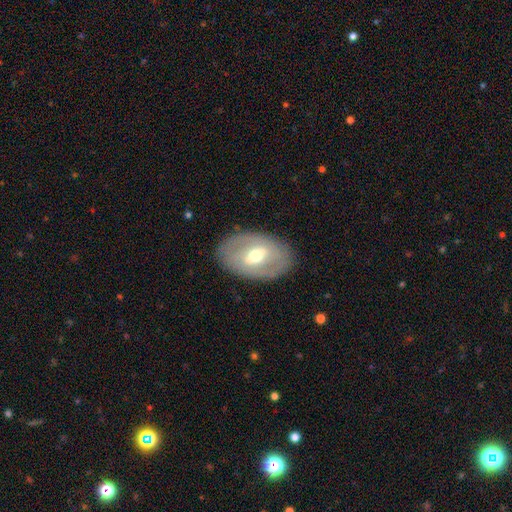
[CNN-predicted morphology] Smooth or featured: featured or disk — 61% (smooth — 32%)
Edge-on disk: no — 89% (yes — 11%)
Bar: weak — 45% (strong — 35%)
Spiral arms: no — 65% (yes — 35%)
Bulge size: moderate — 67% (small — 24%)
Merging: none — 83% (minor disturbance — 11%)